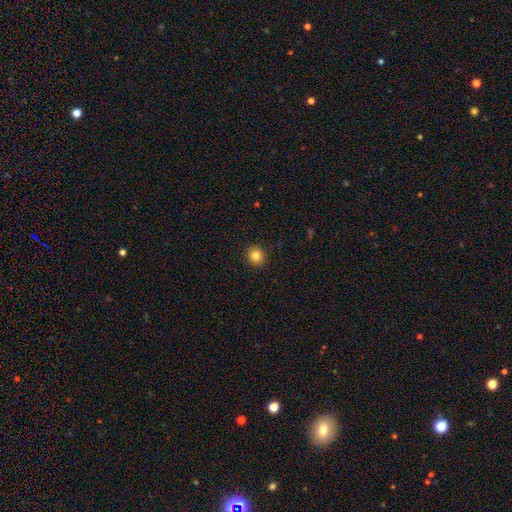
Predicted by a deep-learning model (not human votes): Q: Smooth or featured?
A: smooth (83%); runner-up: star or artifact (11%)
Q: How rounded?
A: round (88%); runner-up: in between (11%)
Q: Merging?
A: none (92%); runner-up: minor disturbance (5%)